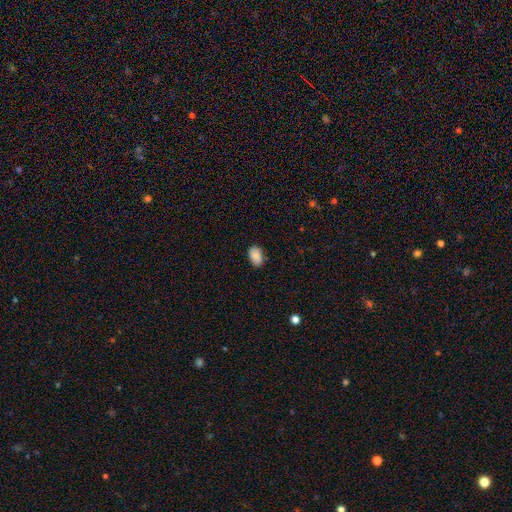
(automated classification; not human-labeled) Overall: smooth (88%). How rounded: in between (88%). Merging: none (82%).